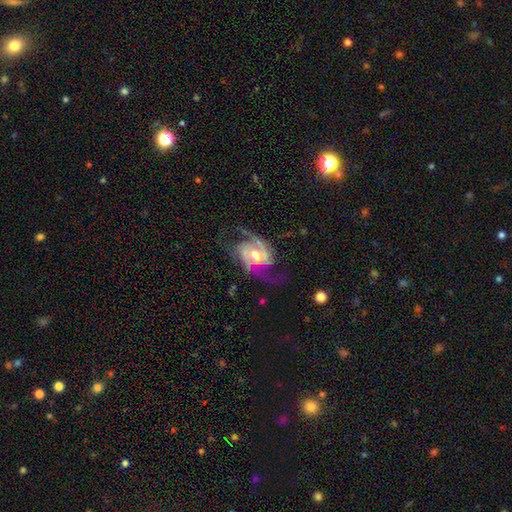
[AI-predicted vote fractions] This appears to be a featured or disk galaxy (90%) with a weak bar (49%), 2 (79%) medium (55%) spiral arms (98%) and a moderate central bulge (58%). Merging: none (69%).